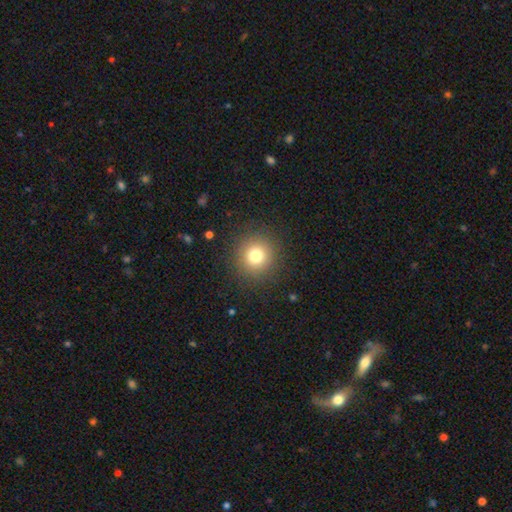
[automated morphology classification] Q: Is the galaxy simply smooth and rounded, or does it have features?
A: smooth — 77%.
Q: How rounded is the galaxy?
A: round — 94%.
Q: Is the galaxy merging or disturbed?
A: none — 89%.